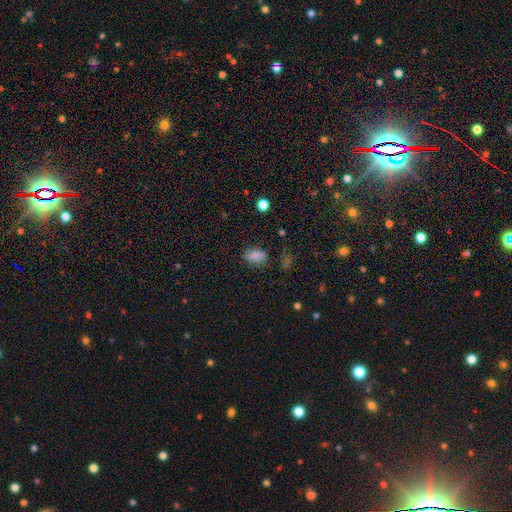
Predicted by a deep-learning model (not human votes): Morphology: type=smooth (74%); roundness=in between (83%); merging=none (71%).